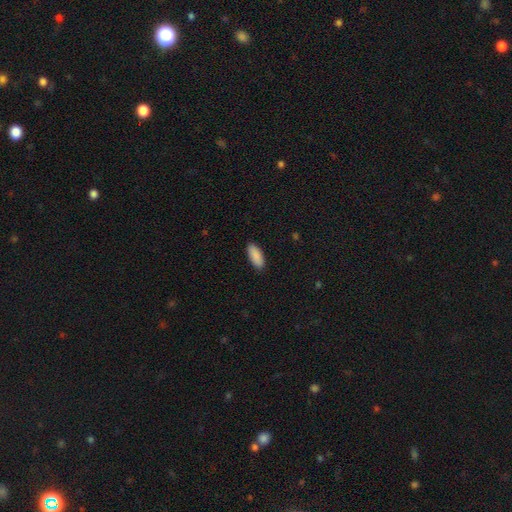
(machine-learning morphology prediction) smooth_or_featured: smooth (p=0.91) [alt: star or artifact p=0.06]
how_rounded: in between (p=0.82) [alt: cigar-shaped p=0.17]
merging: none (p=0.90) [alt: minor disturbance p=0.08]